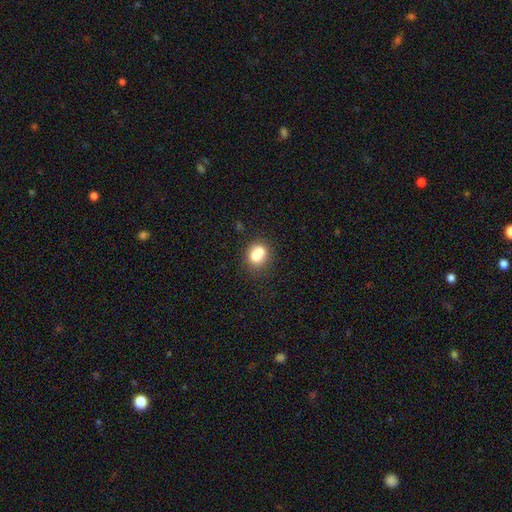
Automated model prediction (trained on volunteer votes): Smooth or featured? Predicted: smooth (p=0.69). How rounded? Predicted: round (p=0.72). Merging? Predicted: merger (p=0.54).